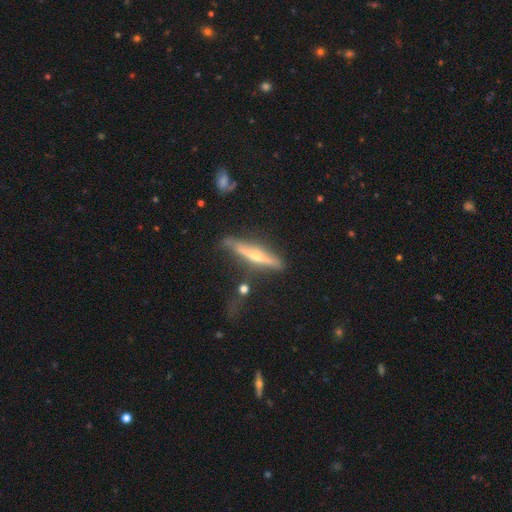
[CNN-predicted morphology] Smooth or featured: featured or disk — 68% (smooth — 26%)
Edge-on disk: yes — 94% (no — 6%)
Edge-on bulge: rounded — 69% (none — 22%)
Merging: none — 65% (minor disturbance — 22%)